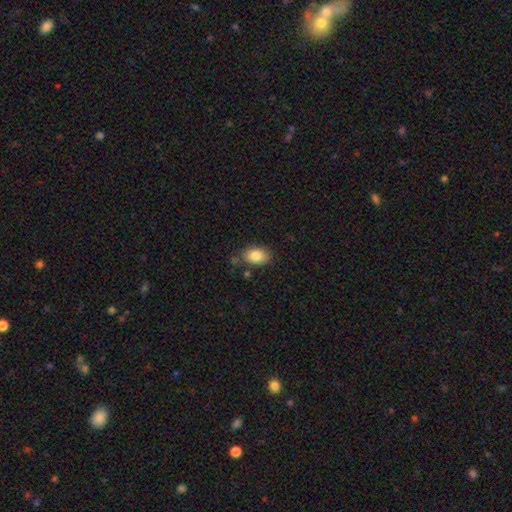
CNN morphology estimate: Overall: smooth (85%). How rounded: in between (84%). Merging: none (74%).